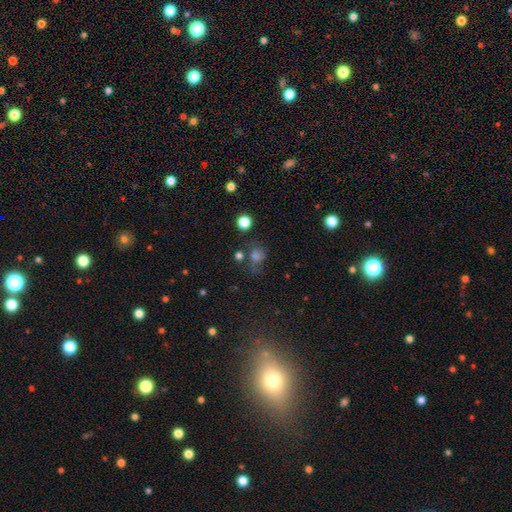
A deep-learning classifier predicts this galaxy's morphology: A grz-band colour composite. It shows a smooth galaxy with no disk features (57%) that is round (73%). Merging: none (58%).